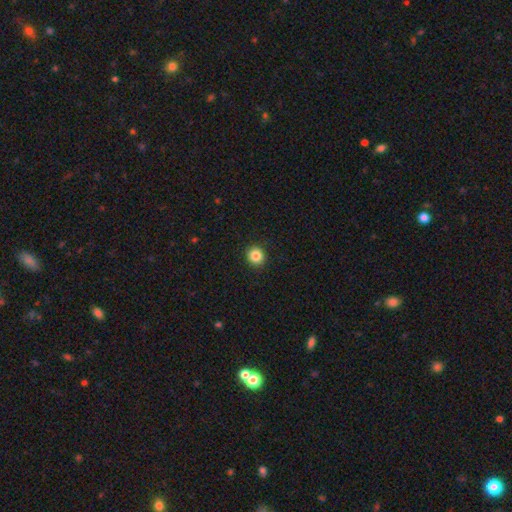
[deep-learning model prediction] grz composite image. It shows a smooth galaxy with no disk features (86%) that is round (90%). Merging: none (92%).